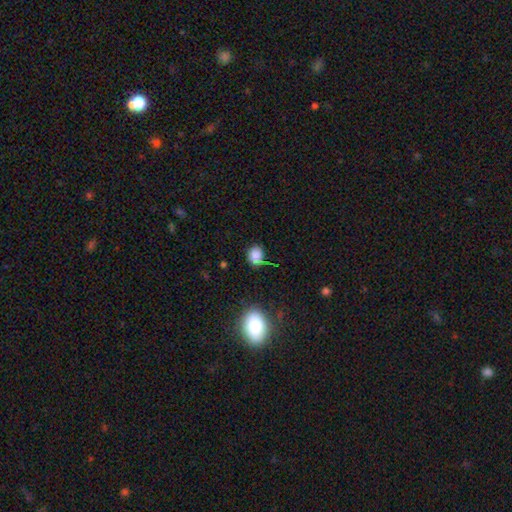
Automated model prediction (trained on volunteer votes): The model was most divided on "how rounded": round: 54%, in between: 44%, cigar-shaped: 1%. More confident: smooth or featured — smooth (83%); merging — none (54%).